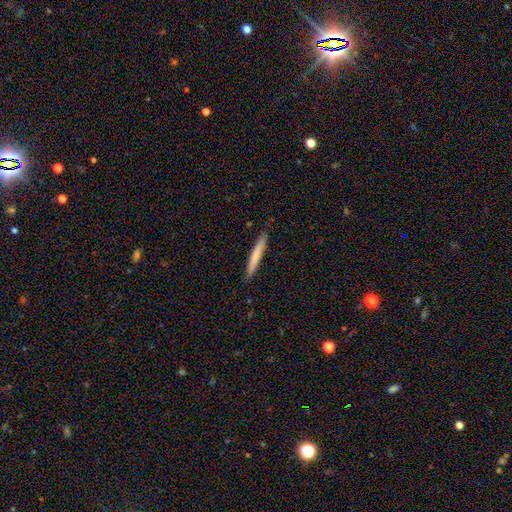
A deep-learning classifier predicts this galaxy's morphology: smooth 73%, featured or disk 22%, star or artifact 6%. Down the decision tree: how rounded — cigar-shaped (96%); merging — none (89%).